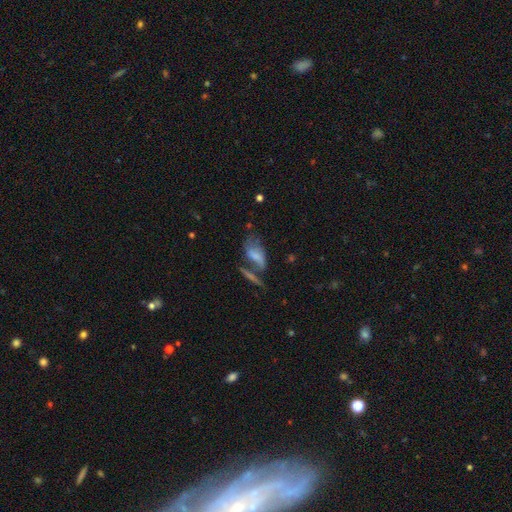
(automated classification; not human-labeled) Smooth or featured?
  - smooth: 53% *
  - featured or disk: 37%
  - star or artifact: 9%
How rounded?
  - in between: 84% *
  - cigar-shaped: 11%
  - round: 5%
Merging?
  - none: 31% *
  - merger: 29%
  - major disturbance: 20%
  - minor disturbance: 20%